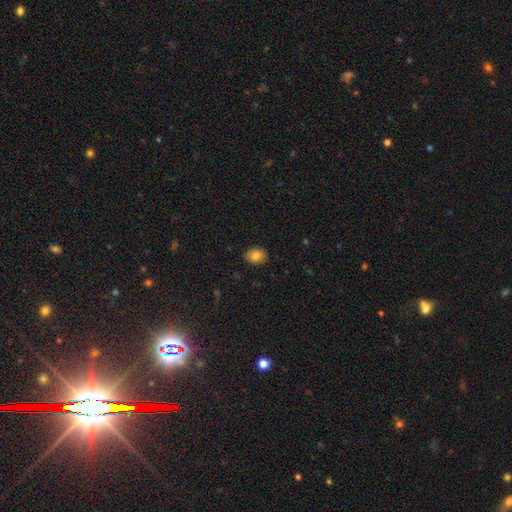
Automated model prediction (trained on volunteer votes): Smooth or featured: smooth — 82% (featured or disk — 9%)
How rounded: in between — 67% (round — 32%)
Merging: none — 87% (minor disturbance — 10%)